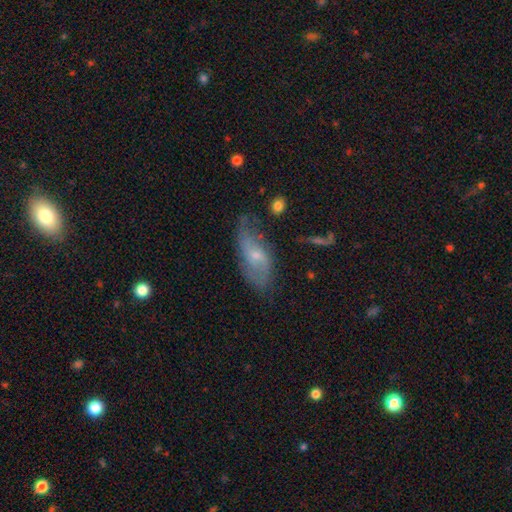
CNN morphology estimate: smooth_or_featured: featured or disk (p=0.62) [alt: smooth p=0.31]
disk_edge_on: no (p=0.90) [alt: yes p=0.10]
bar: no (p=0.53) [alt: weak p=0.38]
has_spiral_arms: yes (p=0.82) [alt: no p=0.18]
bulge_size: small (p=0.66) [alt: moderate p=0.28]
merging: none (p=0.62) [alt: minor disturbance p=0.25]